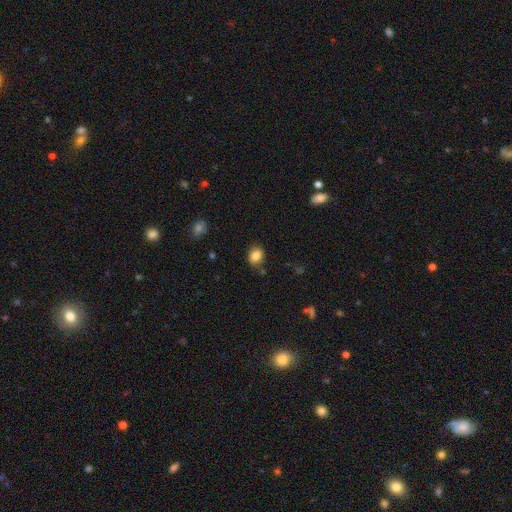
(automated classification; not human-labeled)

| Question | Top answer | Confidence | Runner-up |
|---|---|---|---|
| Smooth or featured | smooth | 84% | star or artifact (10%) |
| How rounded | in between | 57% | round (42%) |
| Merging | none | 83% | minor disturbance (12%) |